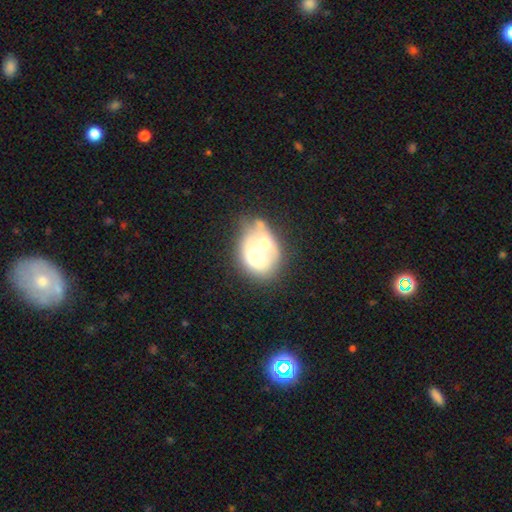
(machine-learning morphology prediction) This appears to be a smooth galaxy with no disk features (47%). Merging: merger (61%).